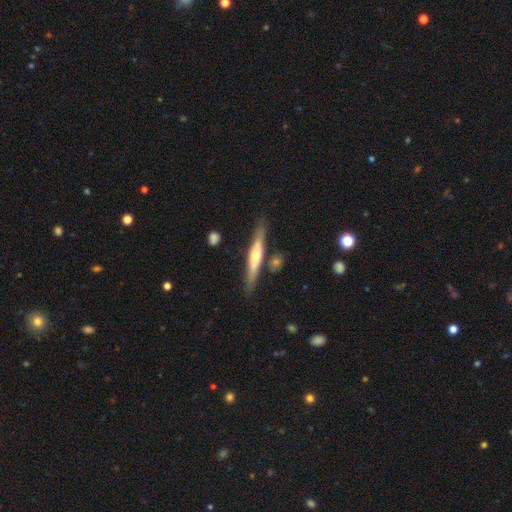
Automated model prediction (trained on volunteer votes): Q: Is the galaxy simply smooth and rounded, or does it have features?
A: featured or disk — 61%.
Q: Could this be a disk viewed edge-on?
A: yes — 93%.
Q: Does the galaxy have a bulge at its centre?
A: rounded — 82%.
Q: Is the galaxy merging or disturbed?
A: none — 81%.